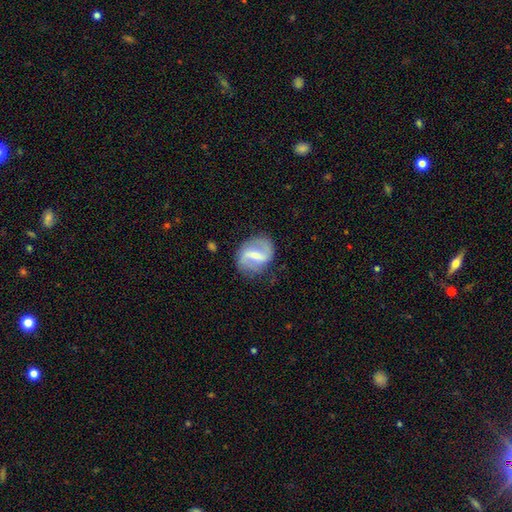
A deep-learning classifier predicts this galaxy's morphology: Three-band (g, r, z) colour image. It shows a featured or disk galaxy (79%) with a strong bar (54%), 2 (88%) loose (52%) spiral arms (84%) and a small central bulge (52%). Merging: none (79%).